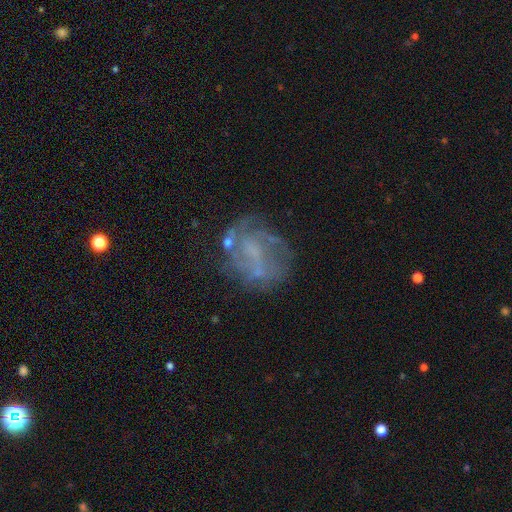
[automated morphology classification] The model was most divided on "bulge size": none: 50%, small: 30%, moderate: 17%, large: 3%, dominant: 1%. Remaining: edge-on disk — no (98%); smooth or featured — featured or disk (66%); spiral arms — yes (61%); bar — no (55%); merging — none (50%).